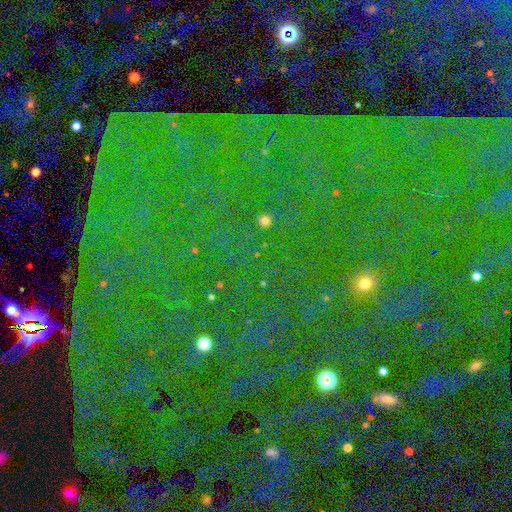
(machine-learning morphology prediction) type=star or artifact (84%).